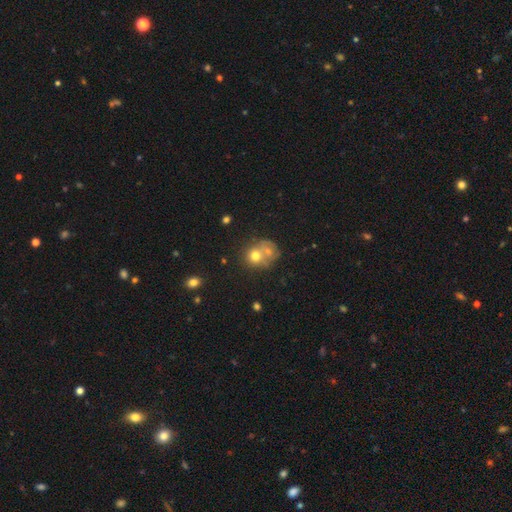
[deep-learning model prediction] Overall: smooth (67%). How rounded: round (72%). Merging: merger (56%; none 29%).